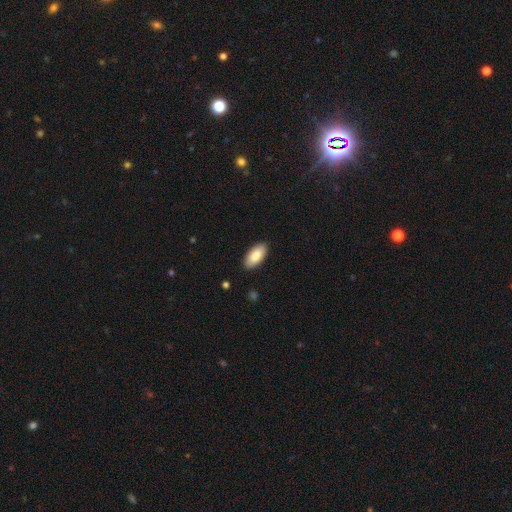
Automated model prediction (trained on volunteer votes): Smooth or featured? Predicted: smooth (p=0.88). How rounded? Predicted: in between (p=0.91). Merging? Predicted: none (p=0.89).